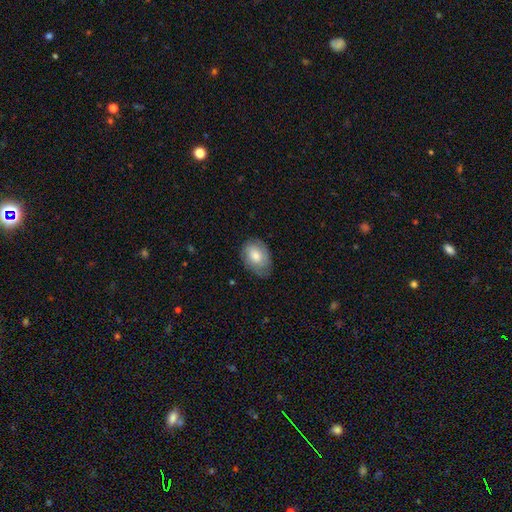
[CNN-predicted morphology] This is likely a smooth galaxy (63%). How rounded: clearly in between (81%). Merging: likely none (71%).